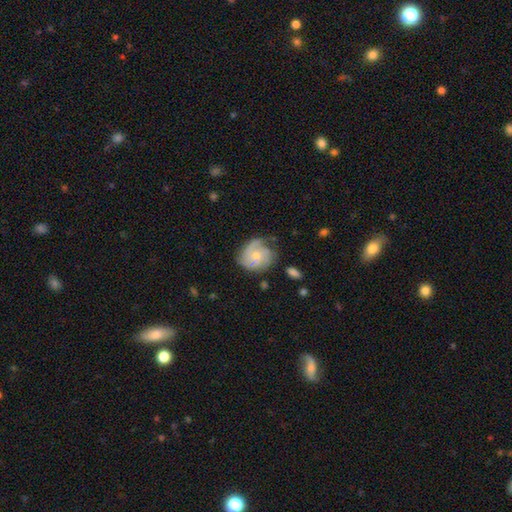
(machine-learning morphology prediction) This appears to be a featured or disk galaxy (66%) with no bar (76%), 3 (33%) tight (49%) spiral arms (90%) and a small central bulge (52%). Merging: none (61%).